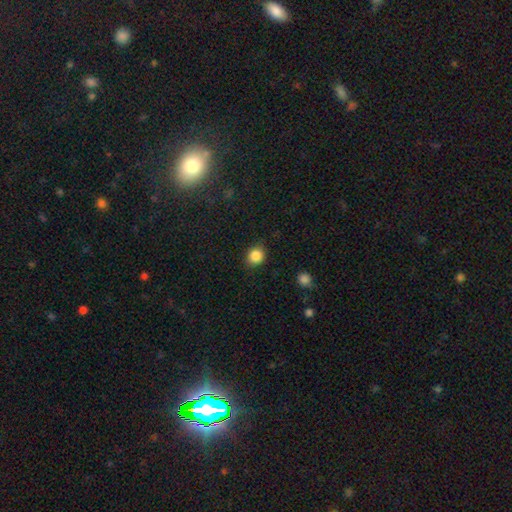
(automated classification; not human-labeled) Smooth or featured?
  - smooth: 86% *
  - star or artifact: 10%
  - featured or disk: 4%
How rounded?
  - round: 75% *
  - in between: 24%
  - cigar-shaped: 1%
Merging?
  - none: 84% *
  - minor disturbance: 12%
  - major disturbance: 3%
  - merger: 1%